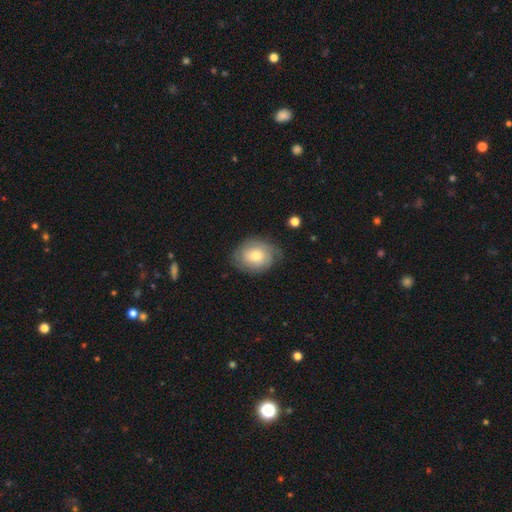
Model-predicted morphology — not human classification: This appears to be a smooth galaxy with no disk features (54%) that is round (50%). Merging: none (70%).